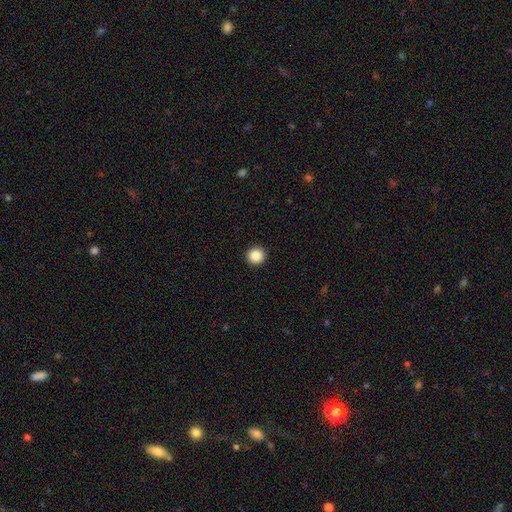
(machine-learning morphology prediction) type=smooth (88%); roundness=round (94%); merging=none (93%).